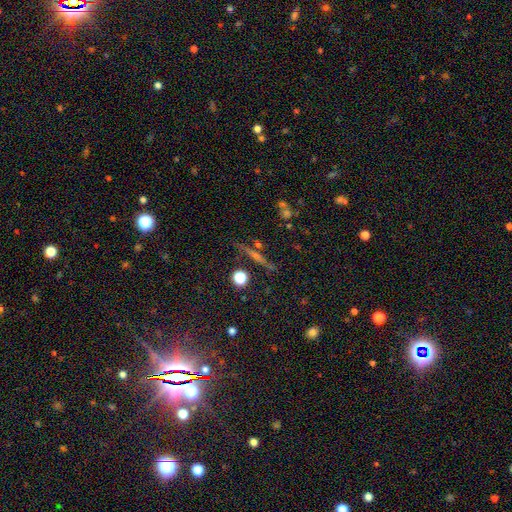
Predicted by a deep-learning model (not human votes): Overall: featured or disk (49%; smooth 26%). Merging: none (84%).